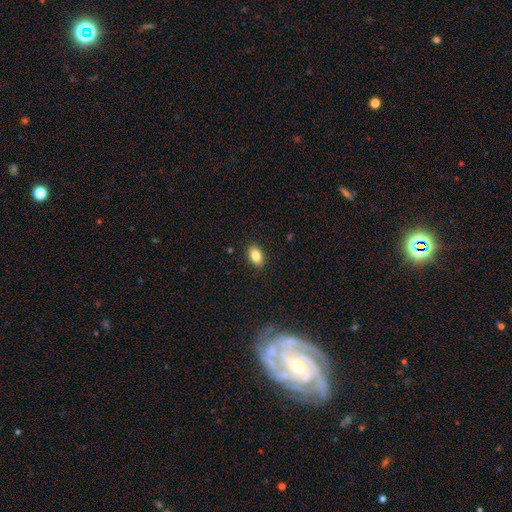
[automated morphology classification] Overall: smooth (84%). How rounded: in between (89%). Merging: none (89%).